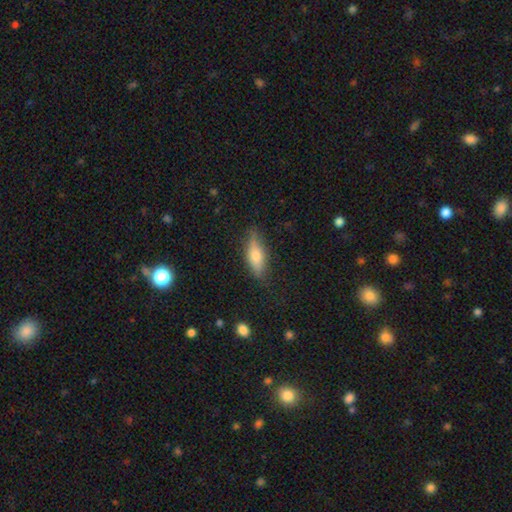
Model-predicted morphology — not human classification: smooth 62%, featured or disk 31%, star or artifact 7%. Down the decision tree: how rounded — in between (62%); merging — none (78%).